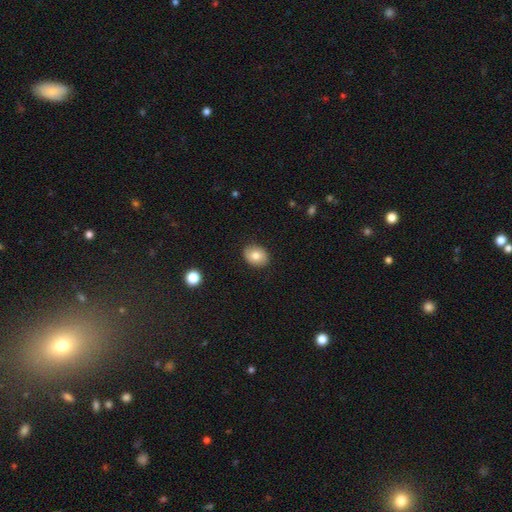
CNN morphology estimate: The model was most divided on "how rounded": in between: 62%, round: 37%, cigar-shaped: 1%. More confident: merging — none (89%); smooth or featured — smooth (81%).